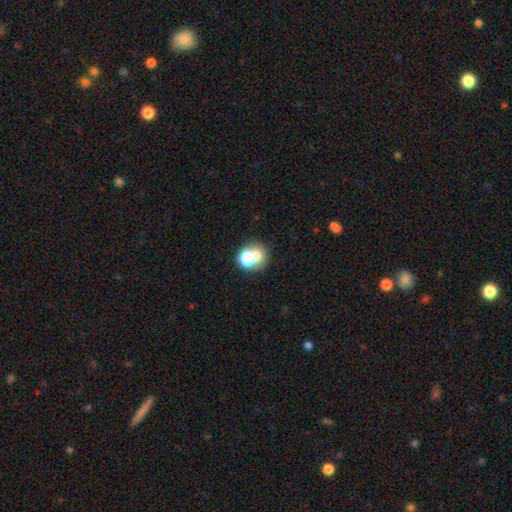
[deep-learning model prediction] A smooth galaxy with no disk features (65%) that is round (72%). Merging: merger (45%).